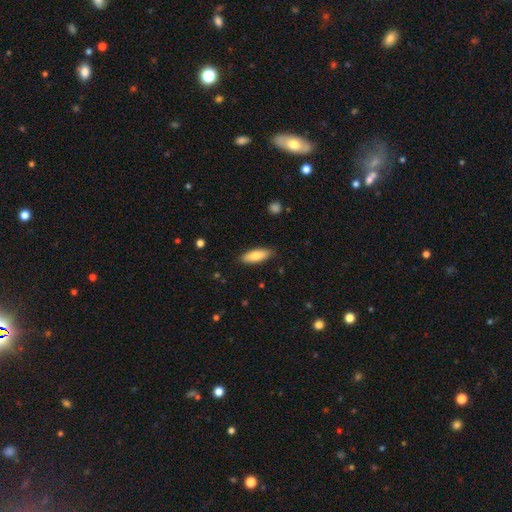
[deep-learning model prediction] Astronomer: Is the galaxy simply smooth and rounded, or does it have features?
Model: smooth — 81%.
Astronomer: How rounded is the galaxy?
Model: in between — 64%.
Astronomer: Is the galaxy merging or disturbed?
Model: none — 87%.